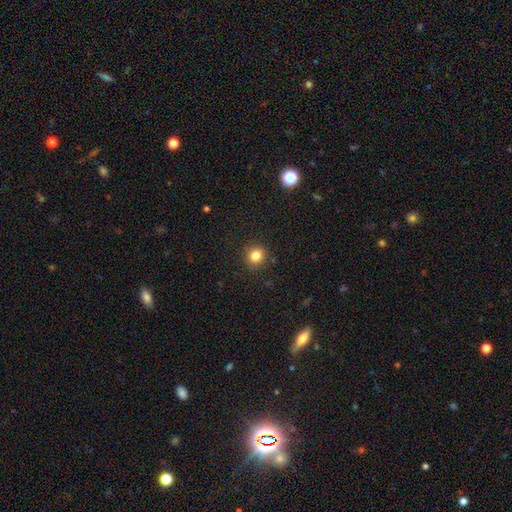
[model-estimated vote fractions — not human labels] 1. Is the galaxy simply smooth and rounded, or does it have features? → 83% smooth, 12% star or artifact, 5% featured or disk.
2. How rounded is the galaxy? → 87% round, 12% in between, 1% cigar-shaped.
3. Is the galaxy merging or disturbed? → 89% none, 7% minor disturbance, 2% major disturbance, 1% merger.